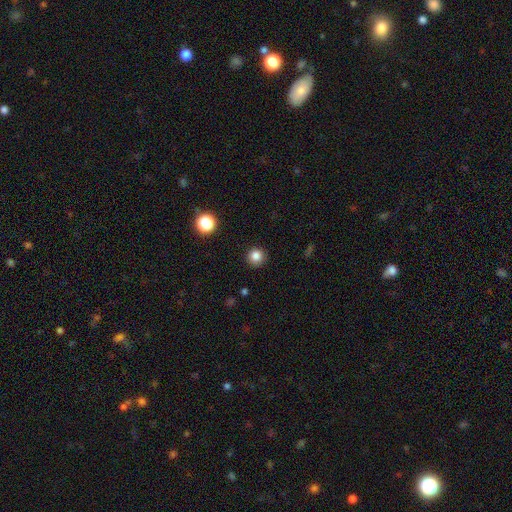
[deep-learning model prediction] Smooth or featured?
  - smooth: 83% *
  - star or artifact: 12%
  - featured or disk: 5%
How rounded?
  - round: 95% *
  - in between: 4%
  - cigar-shaped: 1%
Merging?
  - none: 92% *
  - minor disturbance: 5%
  - major disturbance: 2%
  - merger: 1%